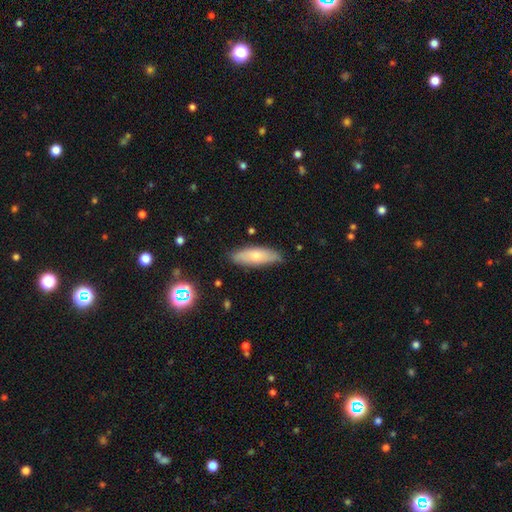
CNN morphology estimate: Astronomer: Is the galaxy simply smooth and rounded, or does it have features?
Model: smooth — 70%.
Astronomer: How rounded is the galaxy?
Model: in between — 60% (runner-up: cigar-shaped, 38%).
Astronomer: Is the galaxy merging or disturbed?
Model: none — 81%.